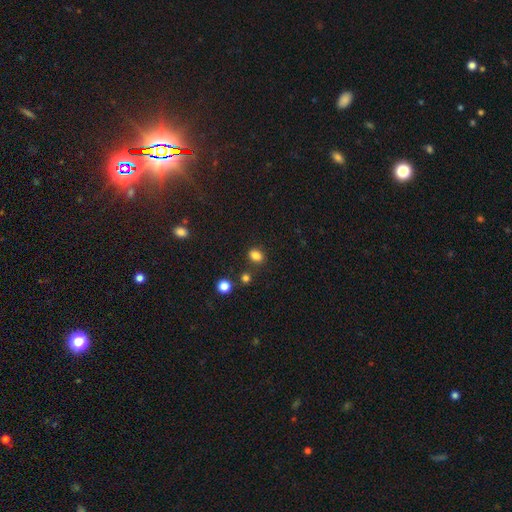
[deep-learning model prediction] Morphology: type=smooth (83%); roundness=in between (60%); merging=none (80%).